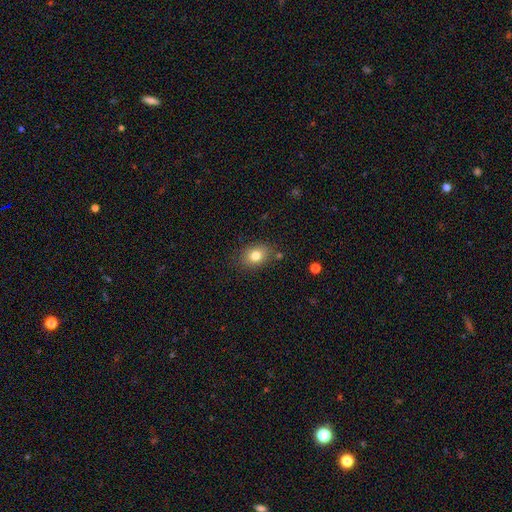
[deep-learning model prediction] Overall: smooth (81%). How rounded: in between (68%; round 31%). Merging: none (81%).